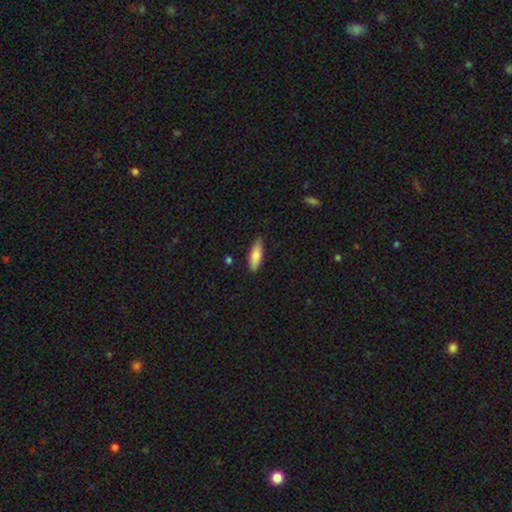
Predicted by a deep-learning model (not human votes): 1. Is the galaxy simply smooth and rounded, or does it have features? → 79% smooth, 15% featured or disk, 6% star or artifact.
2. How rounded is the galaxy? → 55% in between, 43% cigar-shaped, 2% round.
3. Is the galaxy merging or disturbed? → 85% none, 11% minor disturbance, 2% major disturbance, 1% merger.